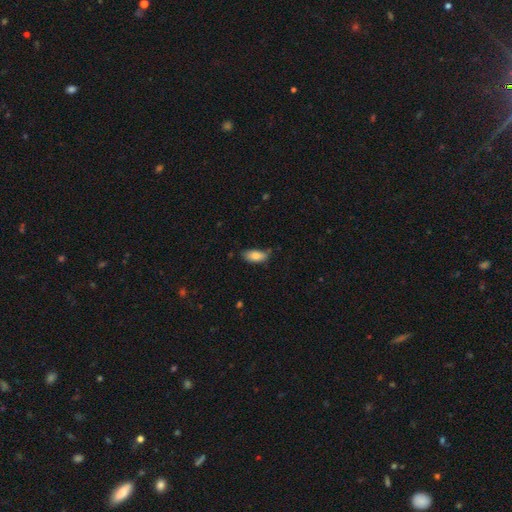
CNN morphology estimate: This appears to be a smooth galaxy with no disk features (82%) that is in between round and cigar-shaped (90%). Merging: none (62%).